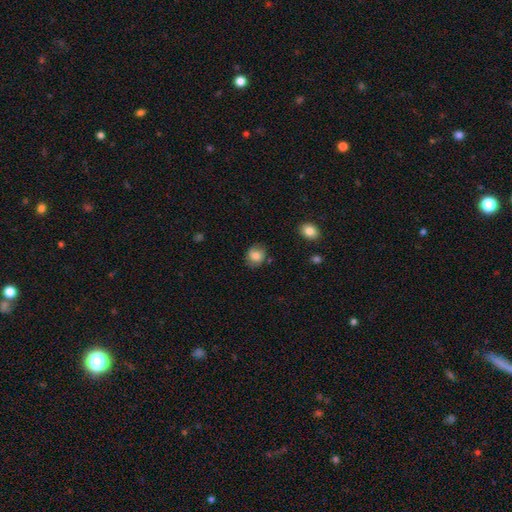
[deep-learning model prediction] smooth_or_featured: smooth (p=0.78) [alt: featured or disk p=0.13]
how_rounded: round (p=0.72) [alt: in between p=0.27]
merging: none (p=0.77) [alt: minor disturbance p=0.17]